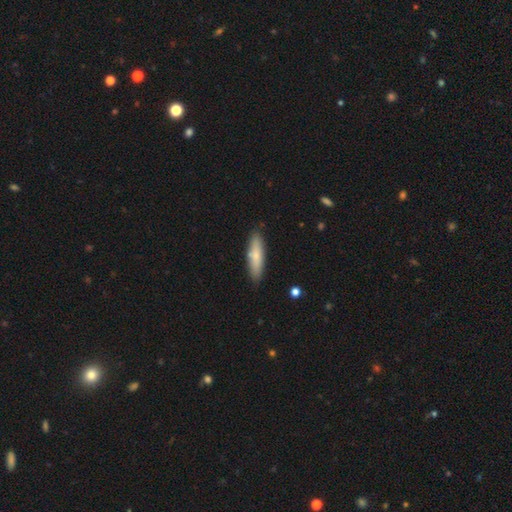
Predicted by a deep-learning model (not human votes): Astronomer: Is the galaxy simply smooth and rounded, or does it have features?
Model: smooth — 72%.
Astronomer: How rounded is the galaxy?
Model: cigar-shaped — 70%.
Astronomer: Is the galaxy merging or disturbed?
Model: none — 85%.